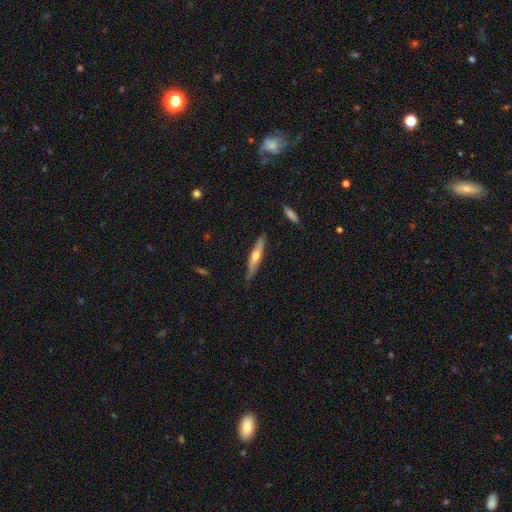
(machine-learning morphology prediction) type=featured or disk (53%); edge-on=yes (92%); merging=none (82%).